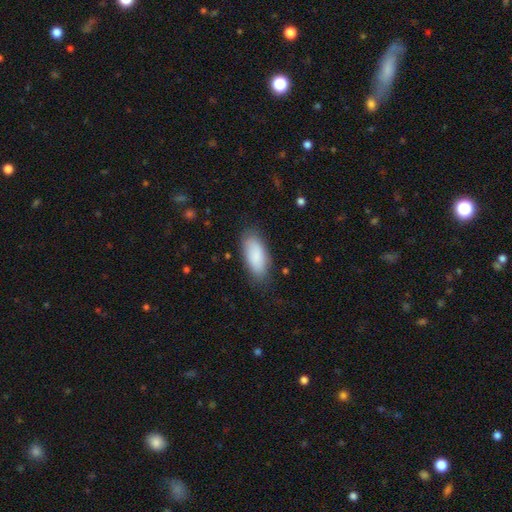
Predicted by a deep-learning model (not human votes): Overall: smooth (86%). How rounded: in between (87%). Merging: none (79%).